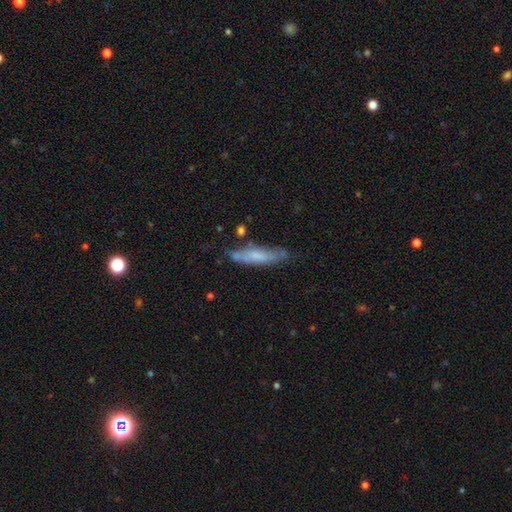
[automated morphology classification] Smooth or featured? Predicted: smooth (p=0.53). How rounded? Predicted: cigar-shaped (p=0.76). Merging? Predicted: none (p=0.60).